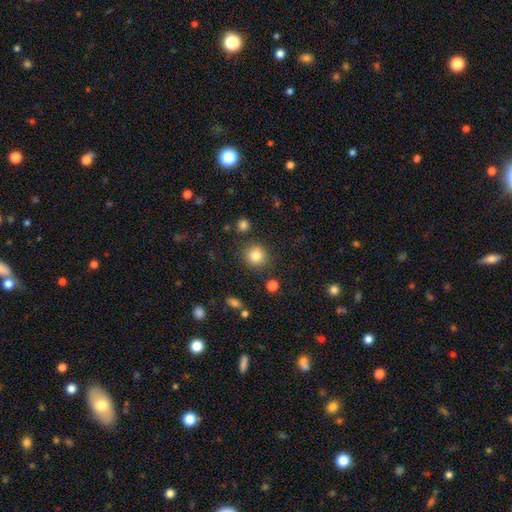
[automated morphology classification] smooth 83%, star or artifact 11%, featured or disk 7%. Down the decision tree: how rounded — round (90%); merging — none (87%).